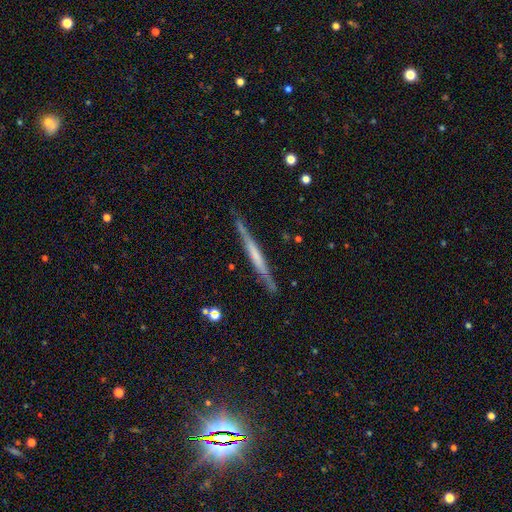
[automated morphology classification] Smooth or featured? Predicted: featured or disk (p=0.63). Edge-on disk? Predicted: yes (p=0.96). Edge-on bulge? Predicted: none (p=0.64). Merging? Predicted: none (p=0.84).